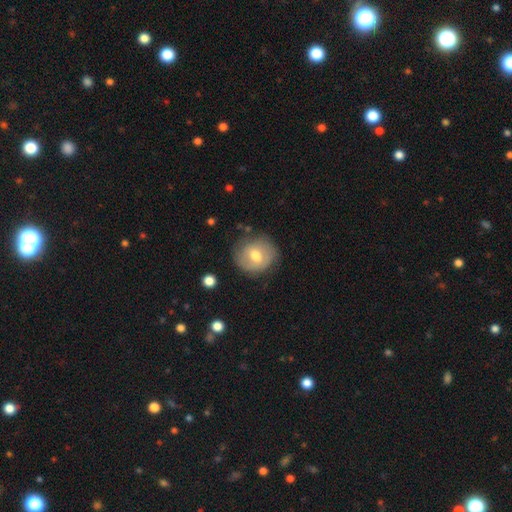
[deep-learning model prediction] Overall: smooth (58%; featured or disk 35%). How rounded: round (81%). Merging: none (74%).